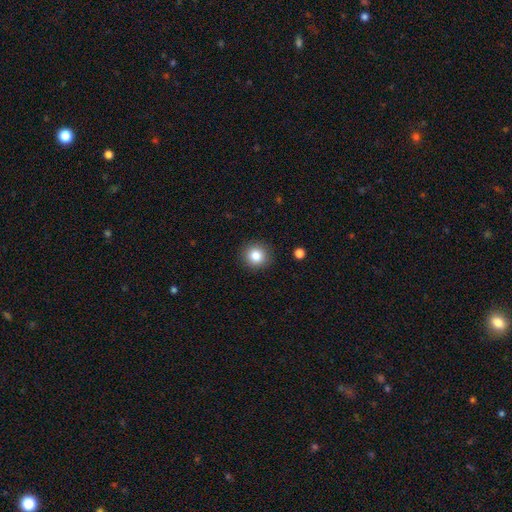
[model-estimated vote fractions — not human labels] Overall: smooth (83%). How rounded: round (92%). Merging: none (90%).